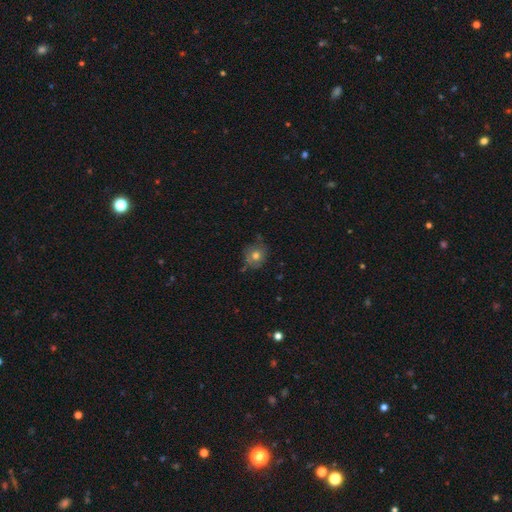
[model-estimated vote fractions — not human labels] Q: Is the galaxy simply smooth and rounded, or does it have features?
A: smooth — 68%.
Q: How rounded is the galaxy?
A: round — 84%.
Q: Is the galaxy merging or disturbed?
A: none — 69%.